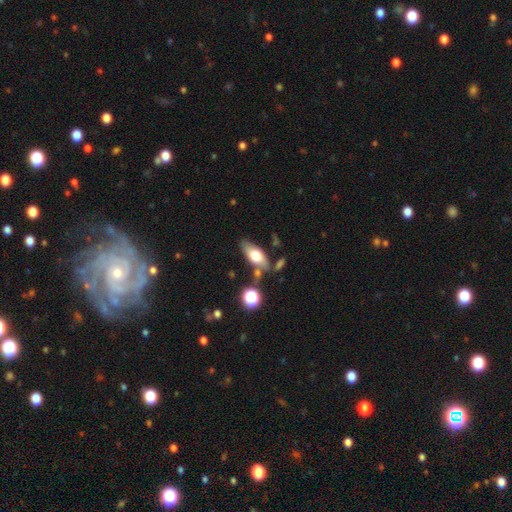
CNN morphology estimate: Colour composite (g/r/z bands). It shows a smooth galaxy with no disk features (60%) that is in between round and cigar-shaped (77%). Merging: none (69%).